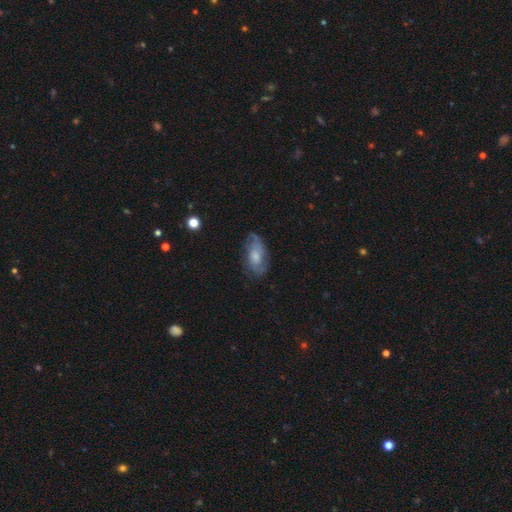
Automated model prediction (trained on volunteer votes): Smooth or featured? featured or disk (54%)
Edge-on disk? no (93%)
Bar? no (72%)
Spiral arms? yes (80%)
Bulge size? moderate (47%)
Merging? none (65%)